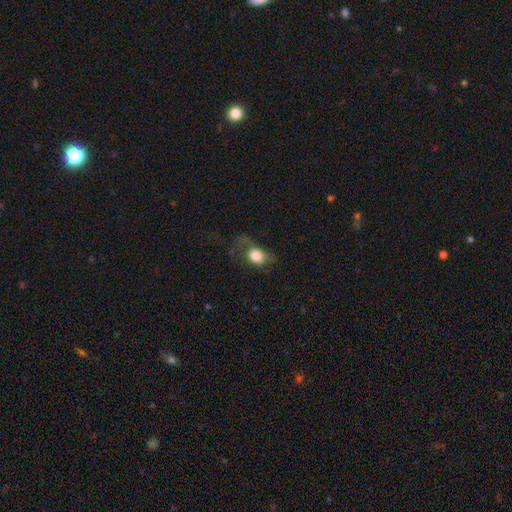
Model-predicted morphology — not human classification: A smooth galaxy with no disk features (77%) that is in between round and cigar-shaped (63%). Merging: major disturbance (43%).